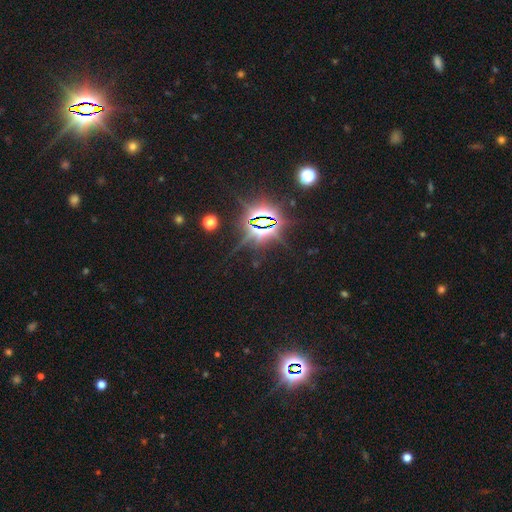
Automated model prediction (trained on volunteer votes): Overall: star or artifact (85%).